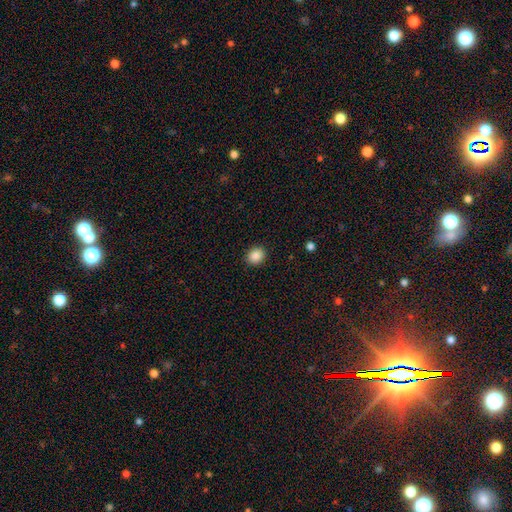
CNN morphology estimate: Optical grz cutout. It shows a smooth galaxy with no disk features (88%) that is round (68%). Merging: none (91%).